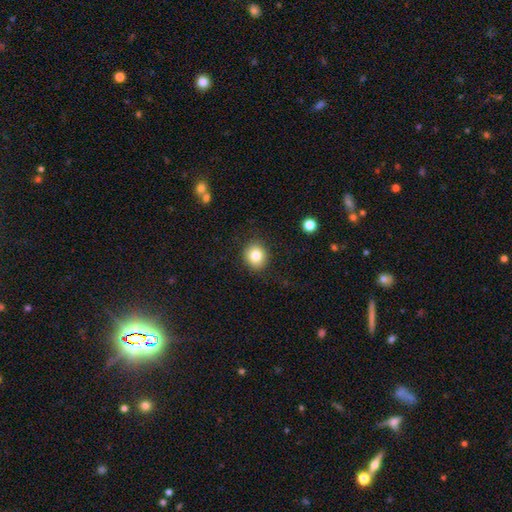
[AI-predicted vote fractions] Smooth or featured? smooth (82%)
How rounded? round (80%)
Merging? none (88%)